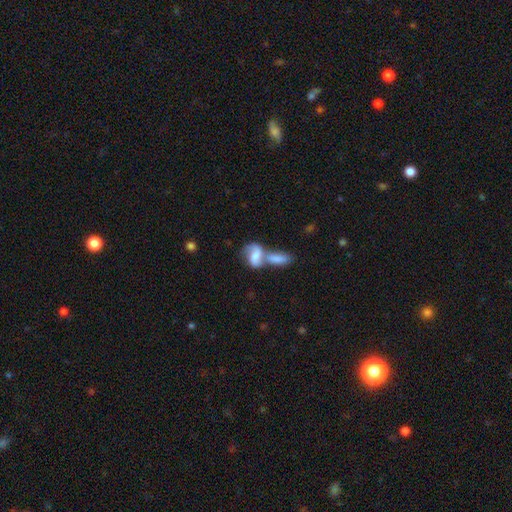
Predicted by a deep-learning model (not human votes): Smooth or featured? Predicted: smooth (p=0.54). How rounded? Predicted: in between (p=0.80). Merging? Predicted: merger (p=0.68).